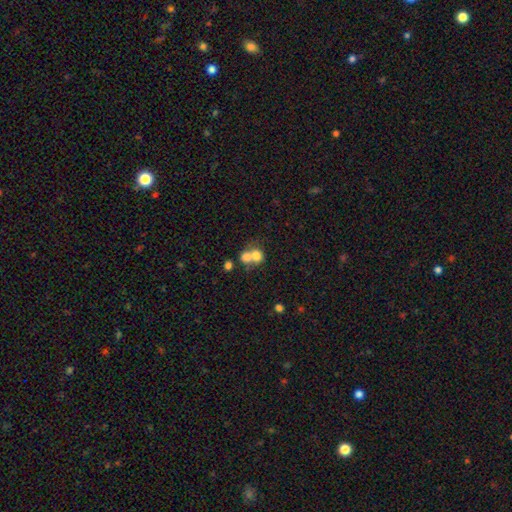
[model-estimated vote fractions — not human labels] Q: Smooth or featured?
A: smooth (72%); runner-up: featured or disk (17%)
Q: How rounded?
A: round (70%); runner-up: in between (29%)
Q: Merging?
A: merger (67%); runner-up: none (24%)